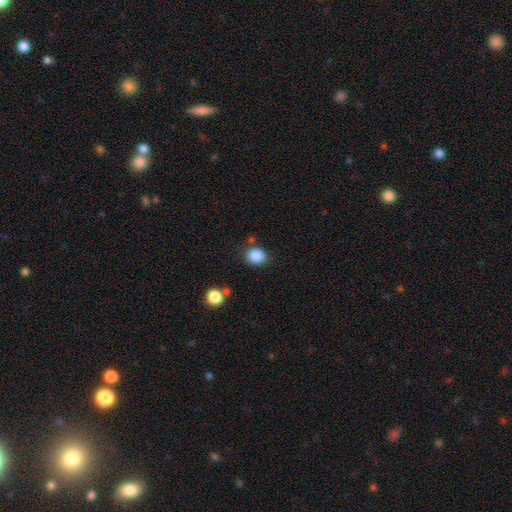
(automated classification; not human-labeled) This appears to be a smooth galaxy with no disk features (87%) that is round (66%). Merging: none (76%).